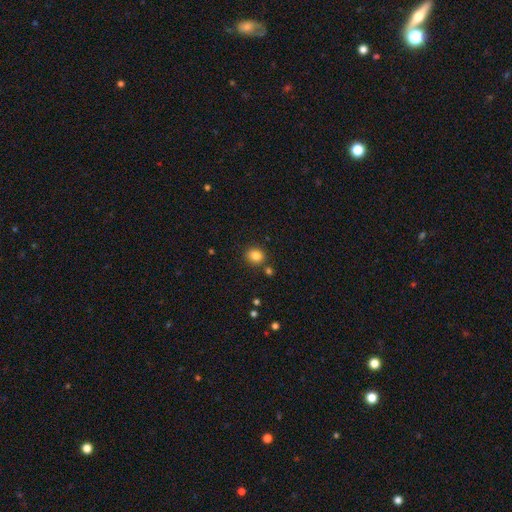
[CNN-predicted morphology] Q: Smooth or featured?
A: smooth (83%); runner-up: star or artifact (11%)
Q: How rounded?
A: round (77%); runner-up: in between (22%)
Q: Merging?
A: none (83%); runner-up: minor disturbance (8%)